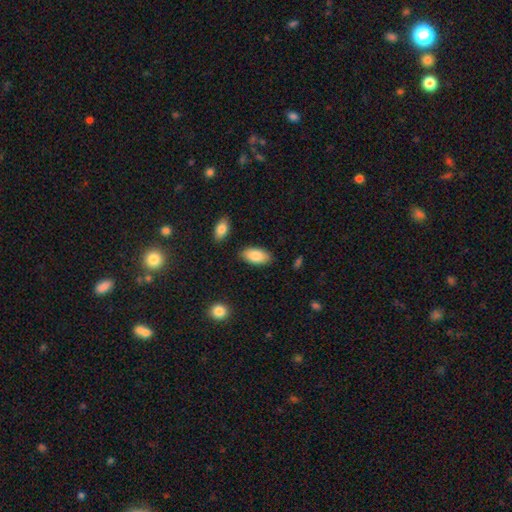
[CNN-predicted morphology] type=smooth (87%); roundness=in between (94%); merging=none (85%).